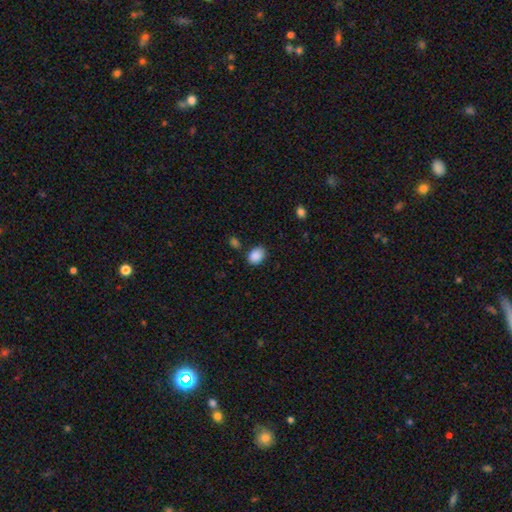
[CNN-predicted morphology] type=smooth (88%); roundness=in between (72%); merging=none (79%).